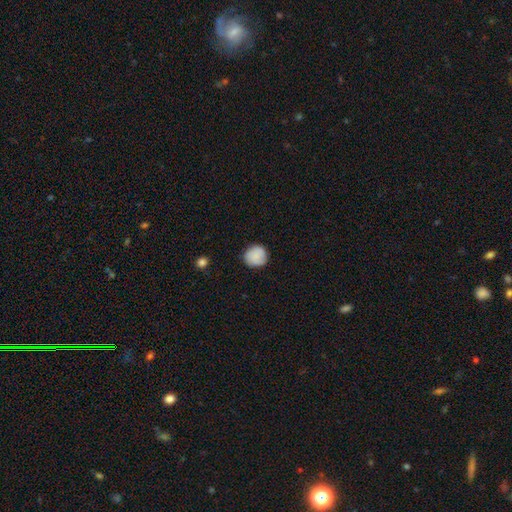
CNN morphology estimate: Overall: smooth (87%). How rounded: round (89%). Merging: none (84%).